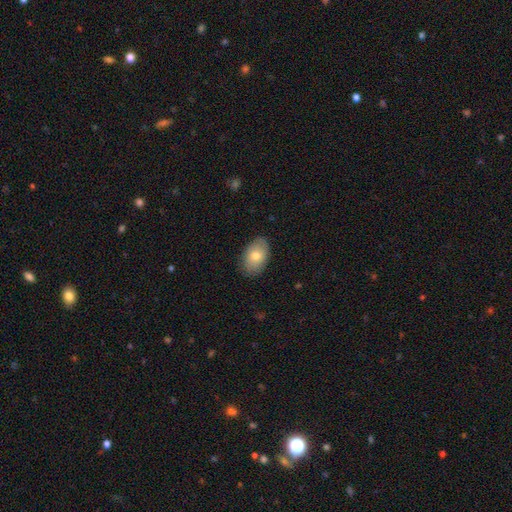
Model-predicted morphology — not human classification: smooth 75%, featured or disk 18%, star or artifact 7%. Down the decision tree: how rounded — in between (90%); merging — none (83%).